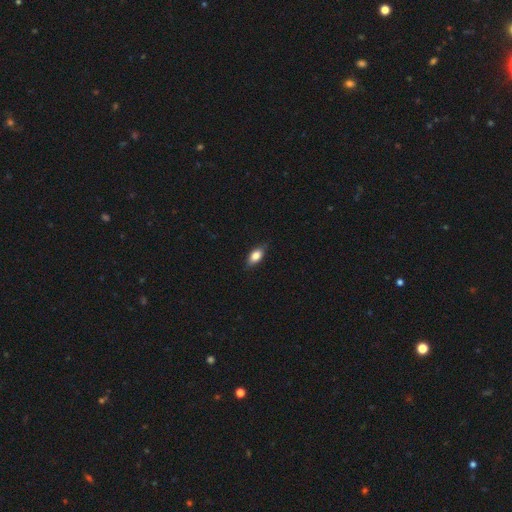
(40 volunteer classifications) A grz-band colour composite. It shows a smooth galaxy with no disk features (75%) that is in between round and cigar-shaped (93%). Merging: none (95%).